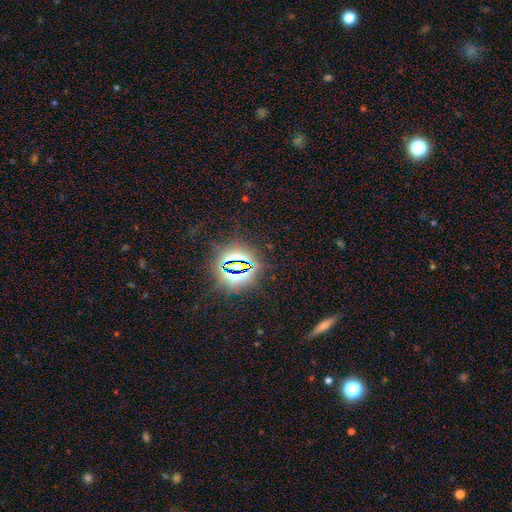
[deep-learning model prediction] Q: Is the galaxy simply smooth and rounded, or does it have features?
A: star or artifact — 77%.